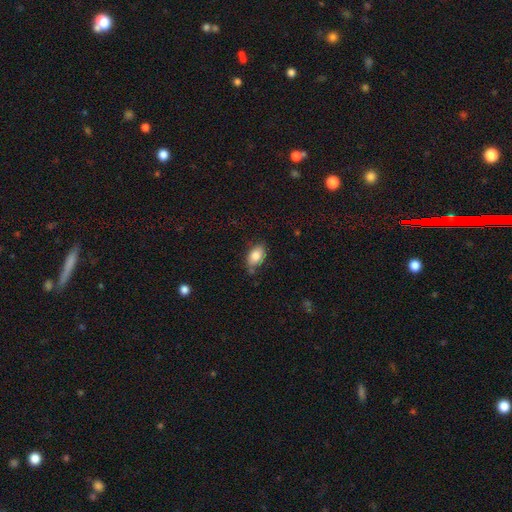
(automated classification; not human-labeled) Smooth or featured? smooth (83%)
How rounded? in between (89%)
Merging? none (67%)